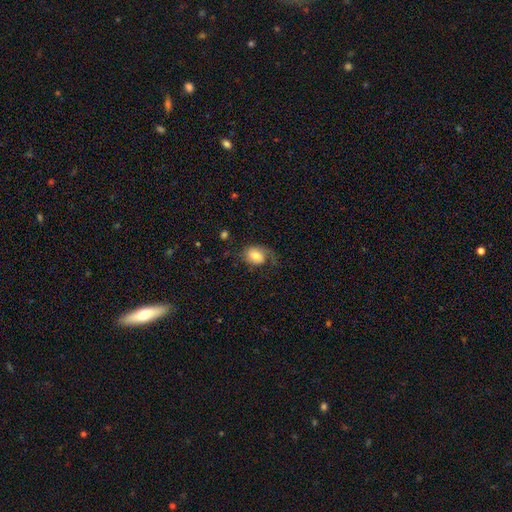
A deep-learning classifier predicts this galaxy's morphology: Smooth or featured?
  - smooth: 63% *
  - featured or disk: 29%
  - star or artifact: 8%
How rounded?
  - in between: 65% *
  - round: 33%
  - cigar-shaped: 1%
Merging?
  - none: 48% *
  - minor disturbance: 26%
  - major disturbance: 24%
  - merger: 2%